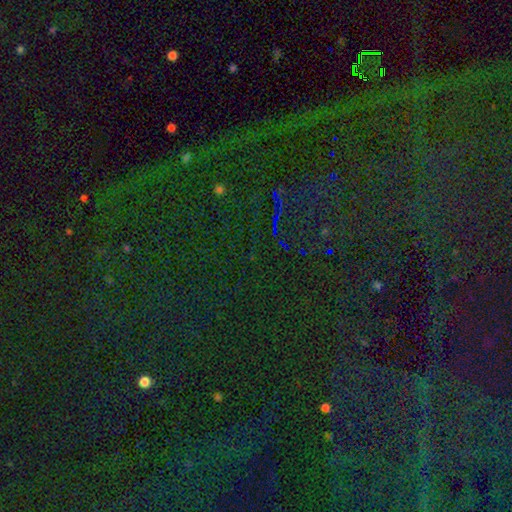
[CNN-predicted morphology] This appears to be a star or artifact, not a galaxy (84%).